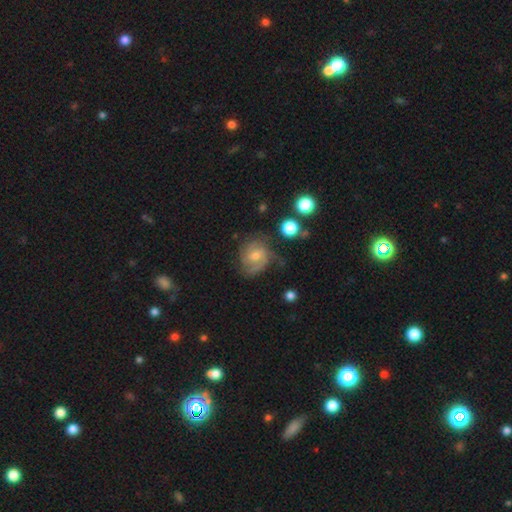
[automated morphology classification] A featured or disk galaxy (71%) with no bar (49%), 2 (42%) medium (42%, tied with tight) spiral arms (92%) and a moderate central bulge (51%).

Vote fractions:
- Smooth or featured? featured or disk: 71% / smooth: 20% / star or artifact: 8%
- Edge-on disk? no: 97% / yes: 3%
- Bar? no: 49% / weak: 44% / strong: 7%
- Spiral arms? yes: 92% / no: 8%
- Spiral winding? medium: 42% (tied) / tight: 42% (tied) / loose: 16%
- Spiral arm count? 2: 42% / can't tell: 24% / 3: 19% / 1: 9% / 4: 4% / more than 4: 3%
- Bulge size? moderate: 51% / small: 39% / none: 5% / large: 4% / dominant: 1%
- Merging? none: 60% / minor disturbance: 23% / major disturbance: 14% / merger: 3%